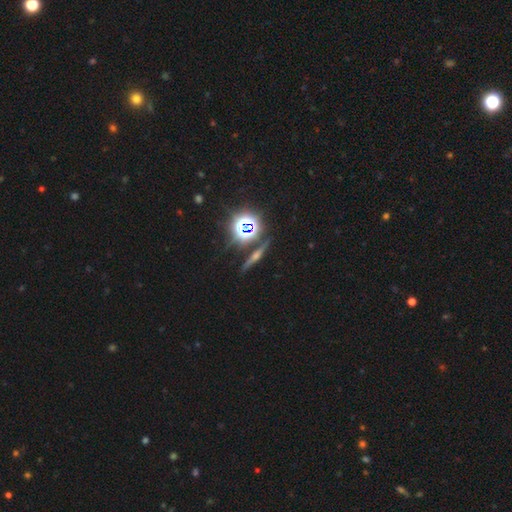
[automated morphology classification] smooth_or_featured: featured or disk (p=0.51) [alt: star or artifact p=0.30]
disk_edge_on: yes (p=0.92) [alt: no p=0.08]
merging: none (p=0.86) [alt: minor disturbance p=0.08]